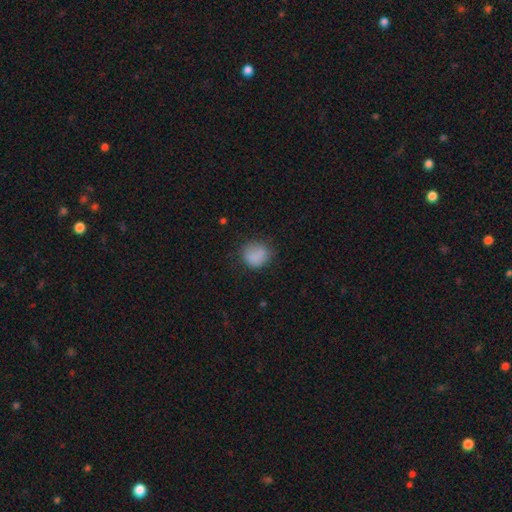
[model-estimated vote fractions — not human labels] smooth-or-featured: smooth: 84% | star or artifact: 9% | featured or disk: 6%
  how-rounded: round: 75% | in between: 24% | cigar-shaped: 1%
  merging: none: 70% | minor disturbance: 21% | major disturbance: 7% | merger: 2%